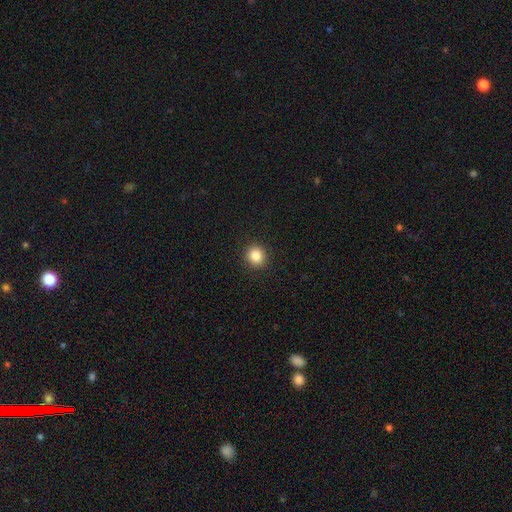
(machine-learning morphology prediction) smooth 85%, star or artifact 10%, featured or disk 5%. Down the decision tree: how rounded — round (89%); merging — none (92%).